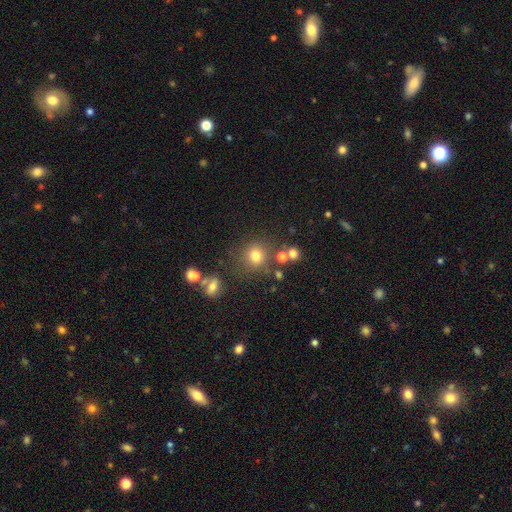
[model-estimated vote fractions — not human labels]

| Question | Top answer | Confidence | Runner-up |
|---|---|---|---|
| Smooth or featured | smooth | 75% | star or artifact (17%) |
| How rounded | round | 82% | in between (16%) |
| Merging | none | 72% | minor disturbance (12%) |